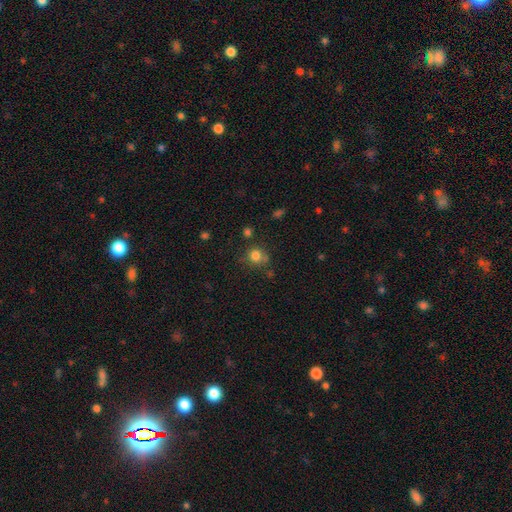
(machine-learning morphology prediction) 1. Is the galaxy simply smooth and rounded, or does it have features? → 80% smooth, 13% star or artifact, 7% featured or disk.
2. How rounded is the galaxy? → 86% round, 13% in between, 1% cigar-shaped.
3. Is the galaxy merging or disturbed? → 65% none, 16% minor disturbance, 13% merger, 6% major disturbance.